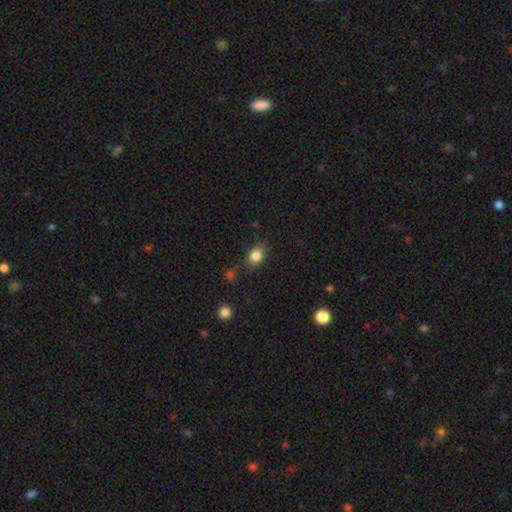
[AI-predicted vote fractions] smooth-or-featured: smooth: 83% | star or artifact: 10% | featured or disk: 7%
  how-rounded: in between: 63% | round: 35% | cigar-shaped: 2%
  merging: none: 75% | minor disturbance: 16% | major disturbance: 5% | merger: 4%